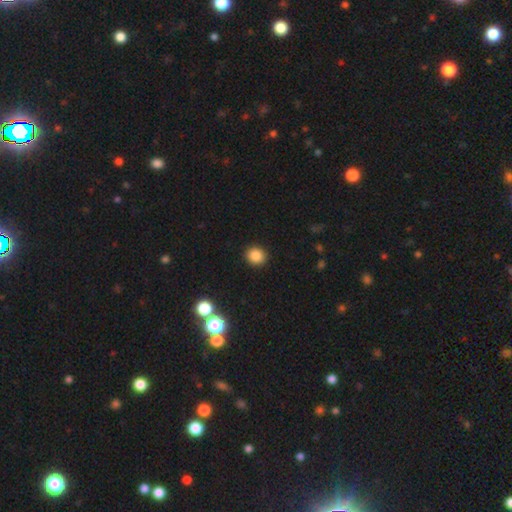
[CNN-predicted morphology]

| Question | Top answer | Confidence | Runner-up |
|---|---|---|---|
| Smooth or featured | smooth | 85% | star or artifact (11%) |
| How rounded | round | 81% | in between (18%) |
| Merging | none | 91% | minor disturbance (6%) |